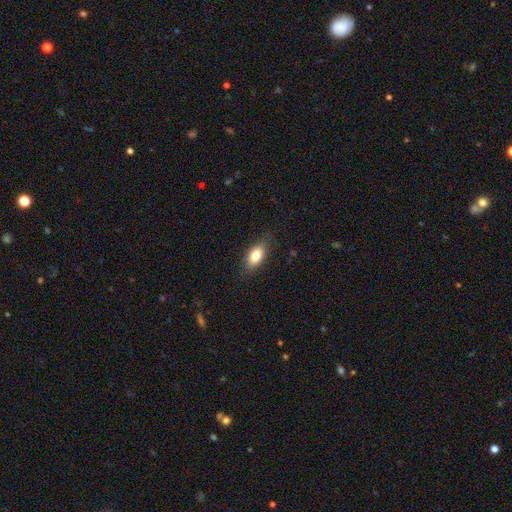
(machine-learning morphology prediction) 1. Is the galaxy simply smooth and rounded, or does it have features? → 81% smooth, 12% featured or disk, 7% star or artifact.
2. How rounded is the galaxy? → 87% in between, 9% cigar-shaped, 5% round.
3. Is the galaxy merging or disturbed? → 83% none, 13% minor disturbance, 3% major disturbance, 1% merger.